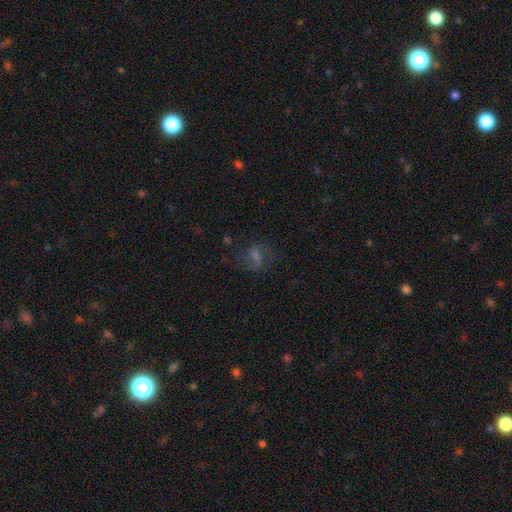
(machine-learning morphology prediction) Smooth or featured: featured or disk — 50% (smooth — 26%)
Edge-on disk: no — 96% (yes — 4%)
Merging: none — 67% (minor disturbance — 16%)